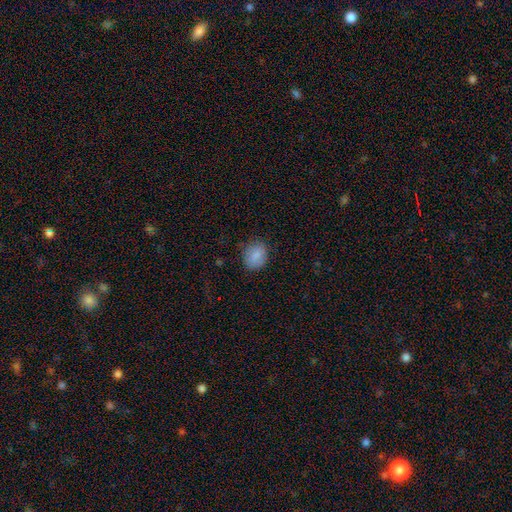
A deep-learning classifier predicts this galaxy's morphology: Smooth or featured? smooth (84%)
How rounded? round (52%)
Merging? none (79%)